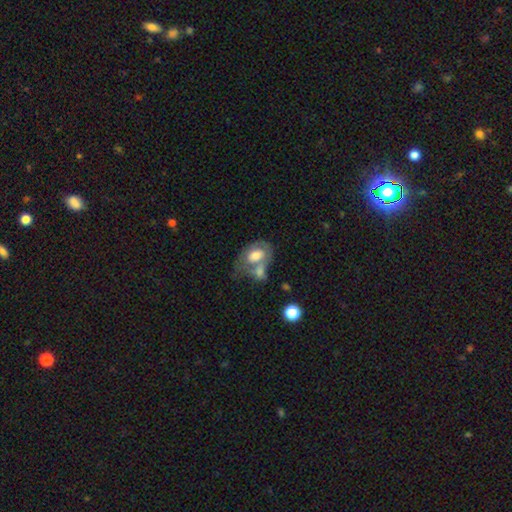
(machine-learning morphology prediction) smooth_or_featured: smooth (p=0.53) [alt: featured or disk p=0.41]
how_rounded: in between (p=0.80) [alt: round p=0.18]
merging: merger (p=0.51) [alt: none p=0.23]